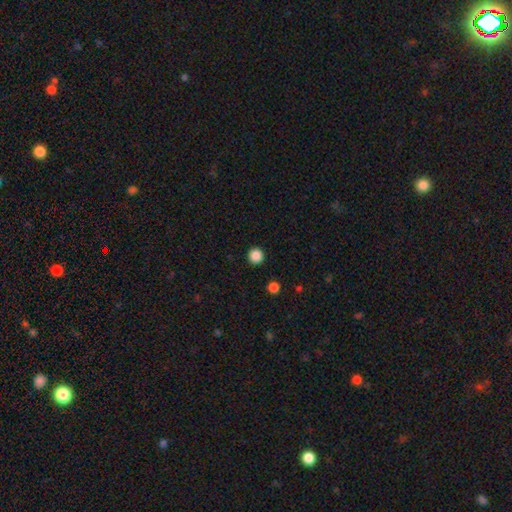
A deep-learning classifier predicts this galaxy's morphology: Smooth or featured: smooth — 87% (star or artifact — 10%)
How rounded: round — 96% (in between — 3%)
Merging: none — 93% (minor disturbance — 4%)